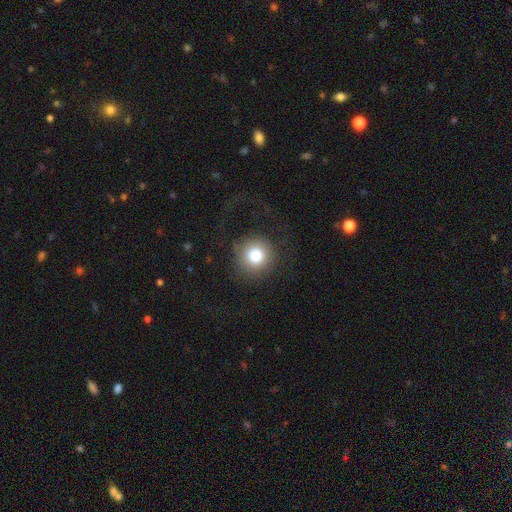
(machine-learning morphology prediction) Smooth or featured?
  - smooth: 78% *
  - featured or disk: 11%
  - star or artifact: 11%
How rounded?
  - round: 95% *
  - in between: 4%
  - cigar-shaped: 1%
Merging?
  - none: 77% *
  - major disturbance: 12%
  - minor disturbance: 10%
  - merger: 1%